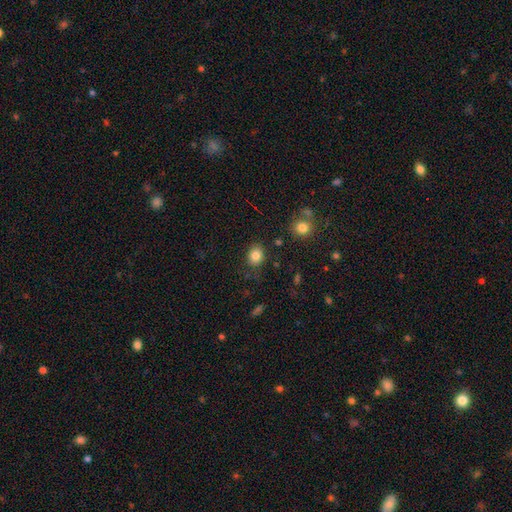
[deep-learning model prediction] Smooth or featured? smooth (84%)
How rounded? round (59%)
Merging? none (81%)